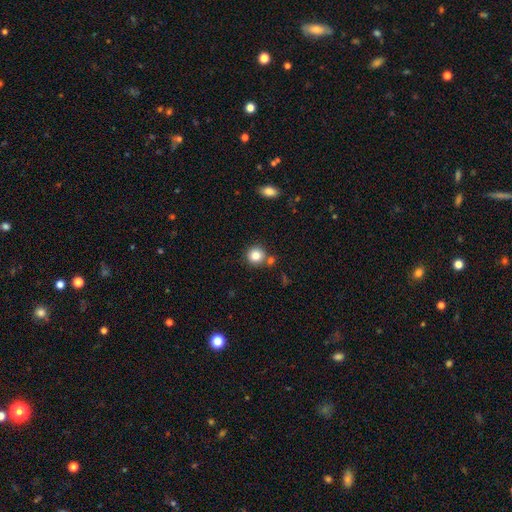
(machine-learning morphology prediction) smooth-or-featured: smooth: 83% | star or artifact: 10% | featured or disk: 6%
  how-rounded: round: 91% | in between: 8% | cigar-shaped: 1%
  merging: none: 75% | merger: 13% | minor disturbance: 10% | major disturbance: 3%